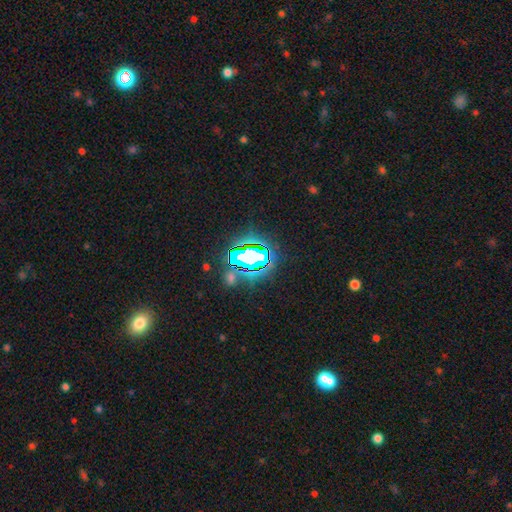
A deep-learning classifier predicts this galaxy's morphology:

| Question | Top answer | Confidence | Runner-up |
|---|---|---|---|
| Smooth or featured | star or artifact | 72% | smooth (16%) |